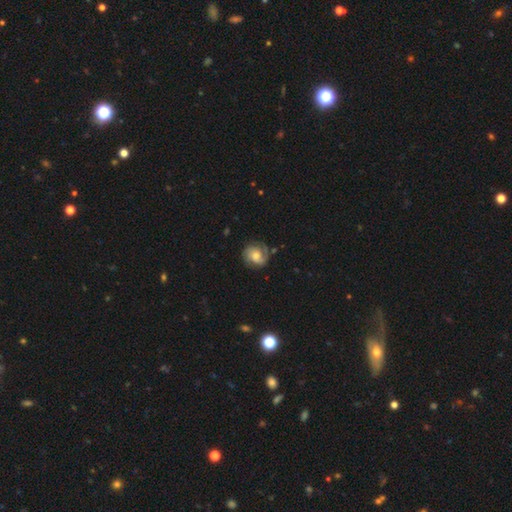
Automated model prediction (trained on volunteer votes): Smooth or featured?
  - featured or disk: 61% *
  - smooth: 31%
  - star or artifact: 8%
Edge-on disk?
  - no: 98% *
  - yes: 2%
Bar?
  - no: 66% *
  - weak: 28%
  - strong: 6%
Spiral arms?
  - yes: 90% *
  - no: 10%
Spiral winding?
  - tight: 47% *
  - medium: 39%
  - loose: 14%
Spiral arm count?
  - 2: 63% *
  - can't tell: 16%
  - 3: 10%
  - 1: 7%
  - 4: 2%
  - more than 4: 2%
Bulge size?
  - moderate: 59% *
  - small: 22%
  - large: 14%
  - none: 3%
  - dominant: 2%
Merging?
  - none: 73% *
  - minor disturbance: 18%
  - major disturbance: 7%
  - merger: 2%